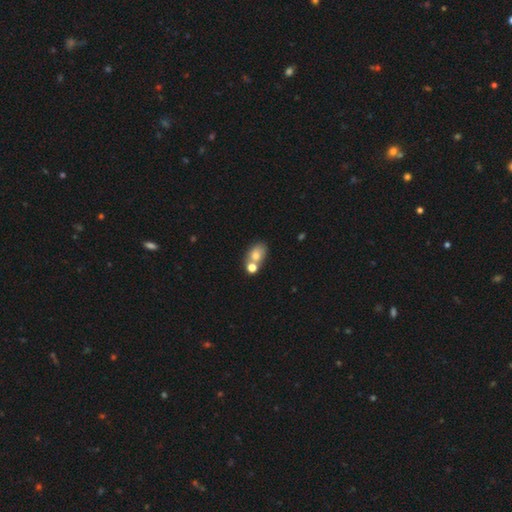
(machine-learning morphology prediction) smooth 73%, featured or disk 16%, star or artifact 11%. Down the decision tree: how rounded — in between (71%); merging — none (43%).